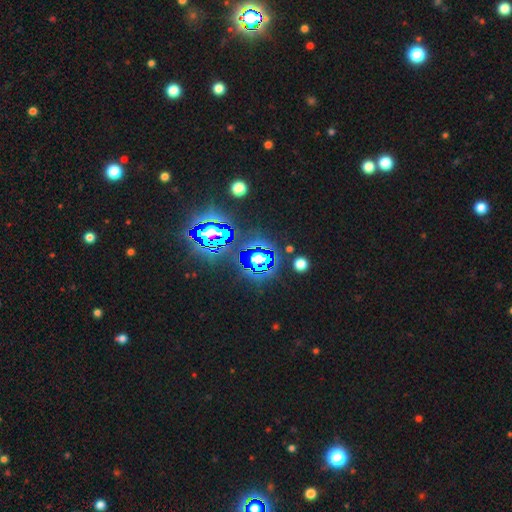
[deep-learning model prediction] The model was most divided on "smooth or featured": star or artifact: 80%, smooth: 12%, featured or disk: 8%.